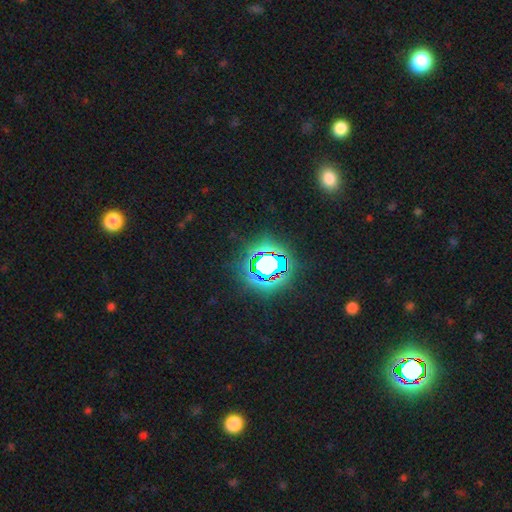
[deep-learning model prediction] smooth_or_featured: star or artifact (p=0.72) [alt: smooth p=0.17]